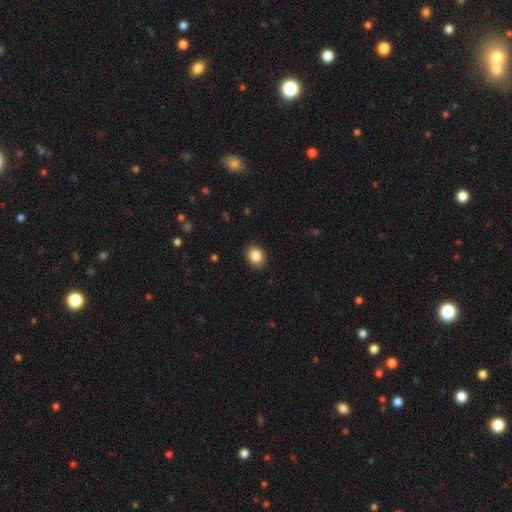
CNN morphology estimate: A smooth galaxy with no disk features (86%) that is round (56%). Merging: none (90%).